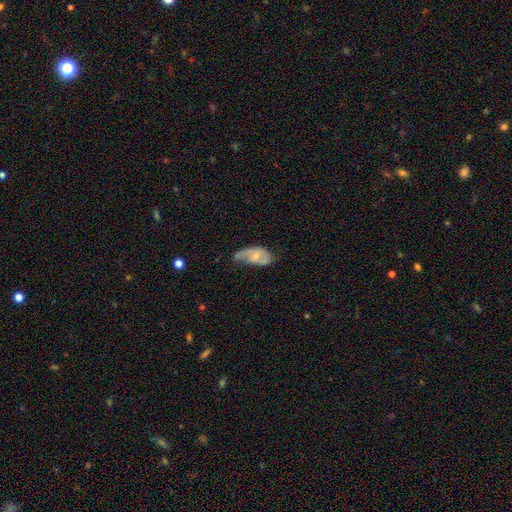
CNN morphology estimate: Overall: featured or disk (55%; smooth 39%). Edge-on disk: no (94%). Bar: no (72%). Spiral arms: yes (71%). Bulge size: small (52%; moderate 39%). Merging: minor disturbance (37%; none 32%).